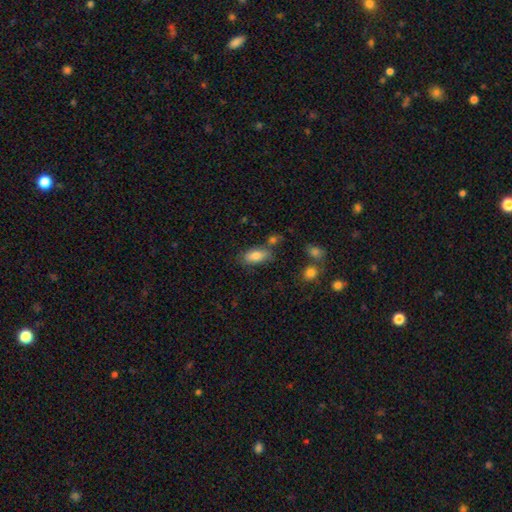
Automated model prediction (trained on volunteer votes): This is clearly a smooth galaxy (81%). How rounded: clearly in between (87%). Merging: likely none (67%).